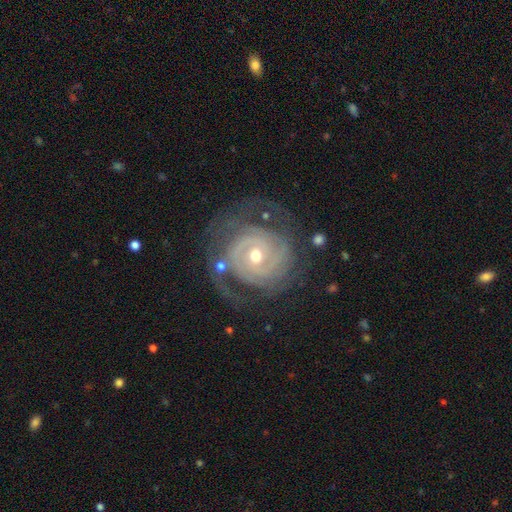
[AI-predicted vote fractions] This appears to be a featured or disk galaxy (89%) with no bar (62%), 2 (43%) tight (74%) spiral arms (96%) and a moderate central bulge (54%). Merging: none (69%).